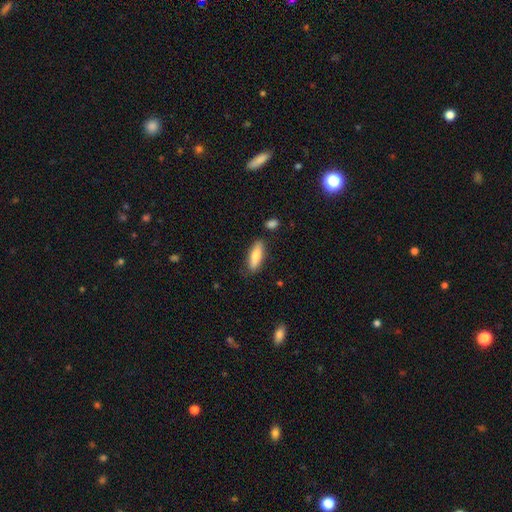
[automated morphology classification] type=smooth (78%); roundness=in between (51%); merging=none (81%).